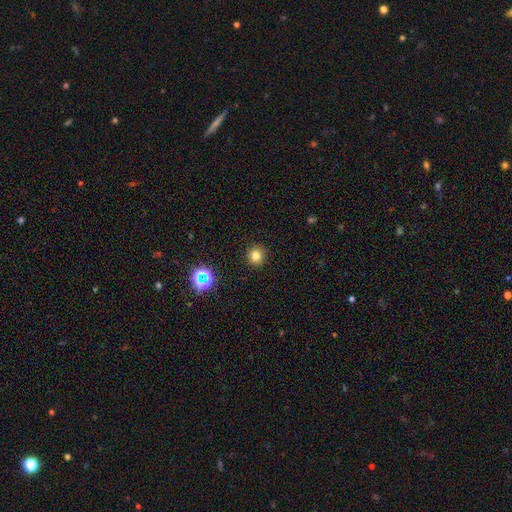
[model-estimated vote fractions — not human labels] The model was most divided on "smooth or featured": smooth: 78%, star or artifact: 16%, featured or disk: 6%. More confident: merging — none (91%); how rounded — round (91%).